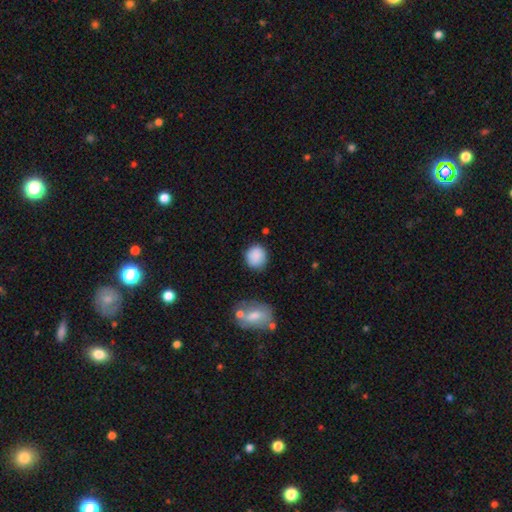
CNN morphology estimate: Smooth or featured? Predicted: smooth (p=0.87). How rounded? Predicted: round (p=0.83). Merging? Predicted: none (p=0.78).